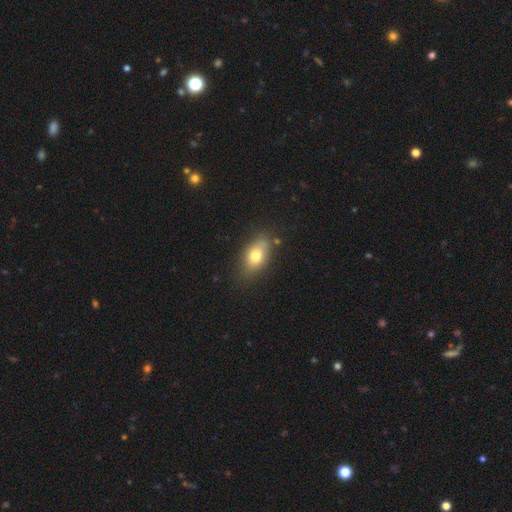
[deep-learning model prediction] A smooth galaxy with no disk features (74%) that is in between round and cigar-shaped (85%).

Vote fractions:
- Smooth or featured? smooth: 74% / featured or disk: 18% / star or artifact: 9%
- How rounded? in between: 85% / round: 10% / cigar-shaped: 5%
- Merging? none: 72% / minor disturbance: 20% / major disturbance: 5% / merger: 4%